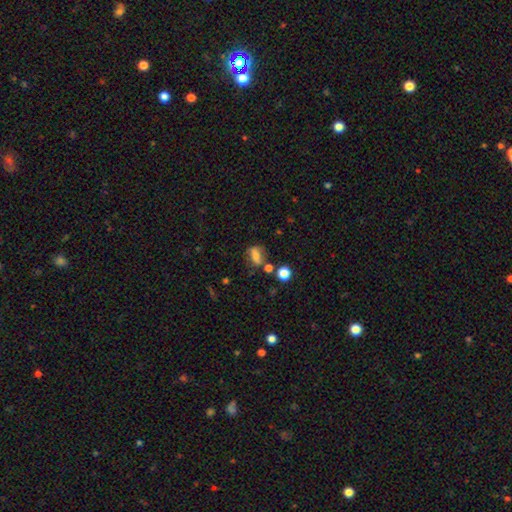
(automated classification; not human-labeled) This appears to be a smooth galaxy with no disk features (63%) that is in between round and cigar-shaped (66%). Merging: none (56%).